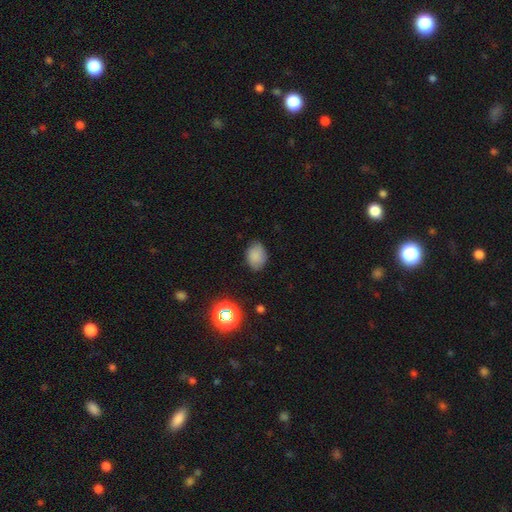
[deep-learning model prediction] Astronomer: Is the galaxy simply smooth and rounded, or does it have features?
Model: smooth — 81%.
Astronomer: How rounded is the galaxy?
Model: in between — 69%.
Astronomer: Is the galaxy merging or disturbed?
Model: none — 78%.